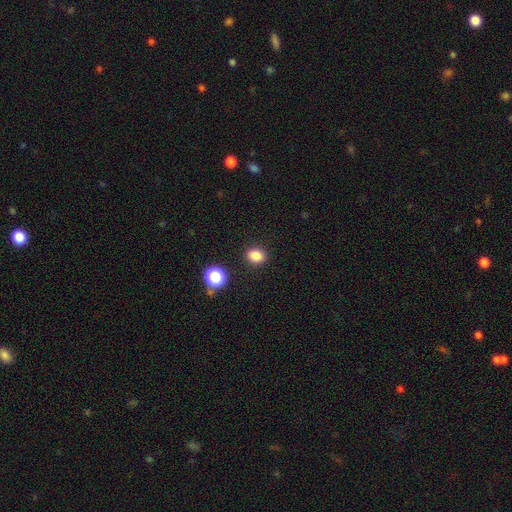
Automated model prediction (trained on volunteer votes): This appears to be a smooth galaxy with no disk features (83%) that is round (51%). Merging: none (88%).